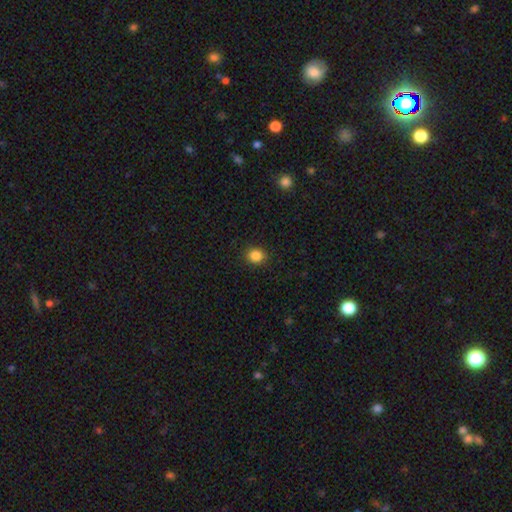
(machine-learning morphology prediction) Smooth or featured? smooth (86%)
How rounded? round (70%)
Merging? none (91%)